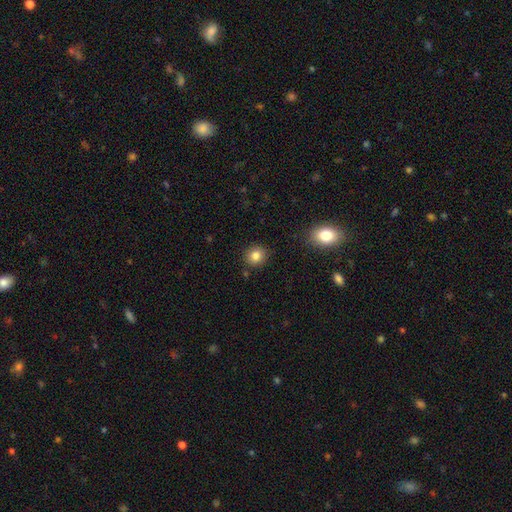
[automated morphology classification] smooth 83%, star or artifact 11%, featured or disk 6%. Down the decision tree: how rounded — round (83%); merging — none (87%).